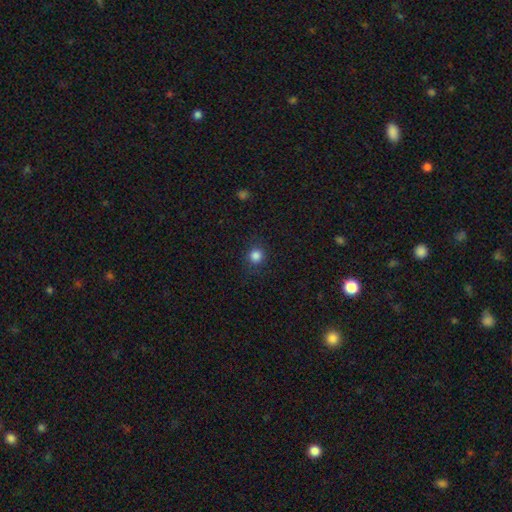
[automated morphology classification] smooth 84%, star or artifact 12%, featured or disk 4%. Down the decision tree: how rounded — round (91%); merging — none (87%).